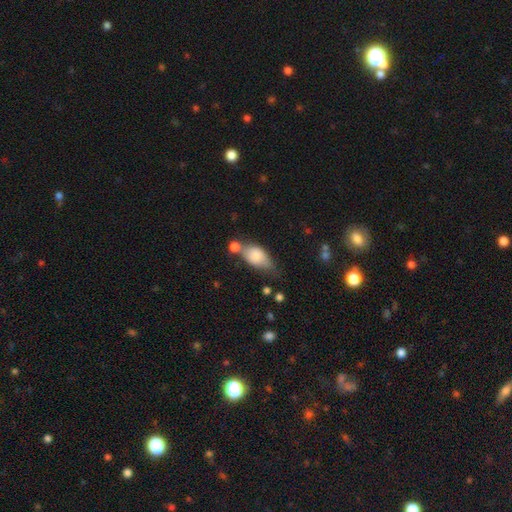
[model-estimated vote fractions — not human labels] This appears to be a smooth galaxy with no disk features (75%) that is in between round and cigar-shaped (84%). Merging: none (32%).